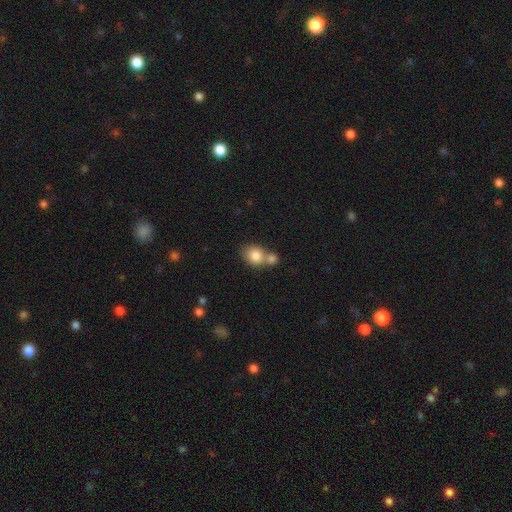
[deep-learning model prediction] This is clearly a smooth galaxy (82%). How rounded: possibly round (56%). Merging: possibly merger (52%).